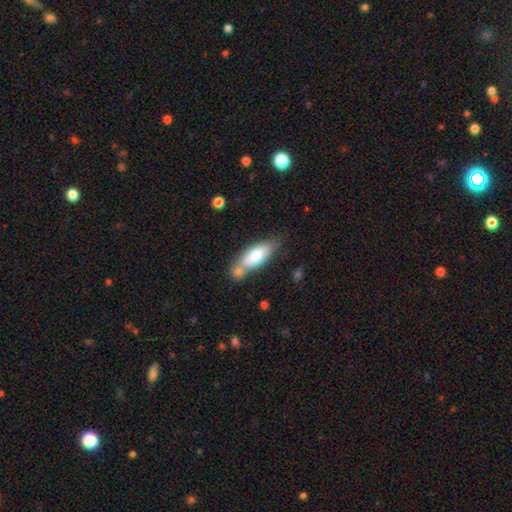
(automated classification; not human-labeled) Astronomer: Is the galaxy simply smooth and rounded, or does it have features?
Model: smooth — 72%.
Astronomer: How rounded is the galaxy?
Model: in between — 65%.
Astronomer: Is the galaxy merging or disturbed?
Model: none — 45% (runner-up: merger, 31%).